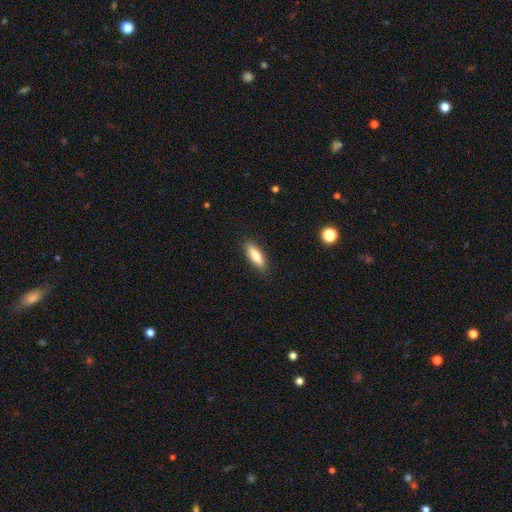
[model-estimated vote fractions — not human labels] Smooth or featured?
  - smooth: 82% *
  - featured or disk: 12%
  - star or artifact: 6%
How rounded?
  - in between: 53% *
  - cigar-shaped: 45%
  - round: 2%
Merging?
  - none: 88% *
  - minor disturbance: 9%
  - major disturbance: 2%
  - merger: 1%